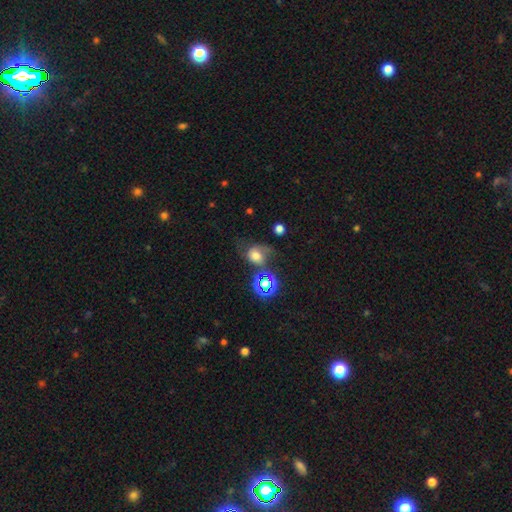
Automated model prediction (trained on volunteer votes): smooth-or-featured: smooth: 53% | featured or disk: 27% | star or artifact: 20%
  how-rounded: round: 55% | in between: 43% | cigar-shaped: 1%
  merging: none: 33% | major disturbance: 30% | minor disturbance: 24% | merger: 13%